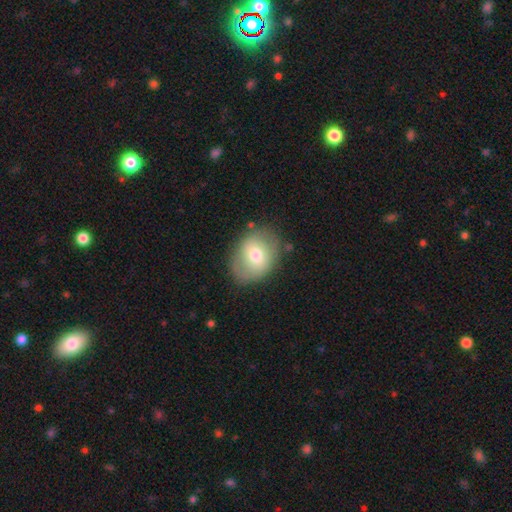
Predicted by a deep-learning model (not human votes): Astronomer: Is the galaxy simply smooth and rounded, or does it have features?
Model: smooth — 65%.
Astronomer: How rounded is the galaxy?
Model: in between — 61% (runner-up: round, 38%).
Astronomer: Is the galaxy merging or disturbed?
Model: none — 77%.